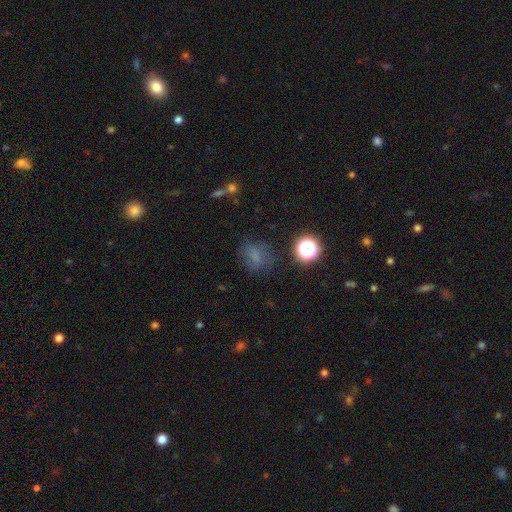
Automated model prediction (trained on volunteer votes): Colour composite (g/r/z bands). It shows a smooth galaxy with no disk features (63%) that is round (59%). Merging: none (68%).